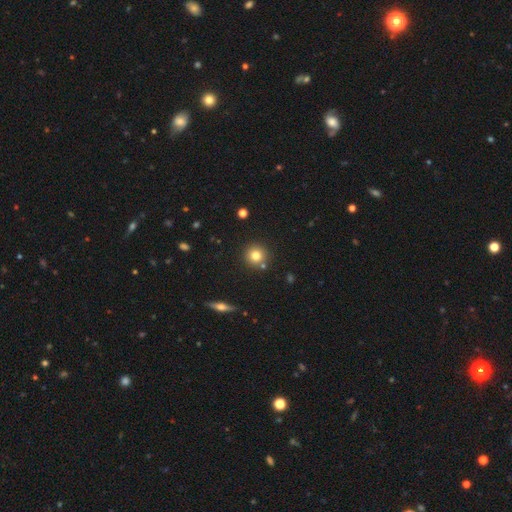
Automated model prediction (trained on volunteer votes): Smooth or featured? smooth (78%)
How rounded? round (94%)
Merging? none (84%)